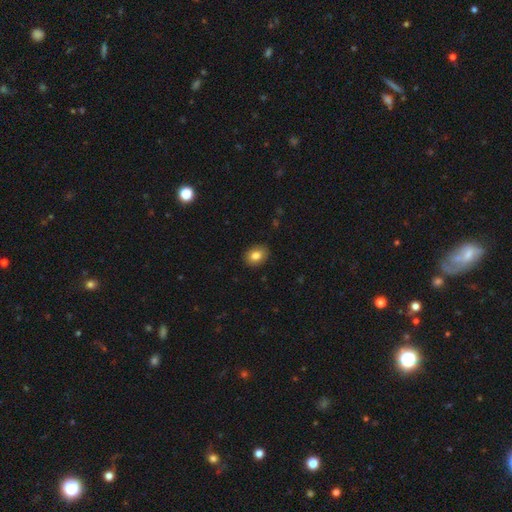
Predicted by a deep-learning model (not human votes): The model was most divided on "how rounded": in between: 59%, round: 40%, cigar-shaped: 1%. More confident: merging — none (88%); smooth or featured — smooth (83%).